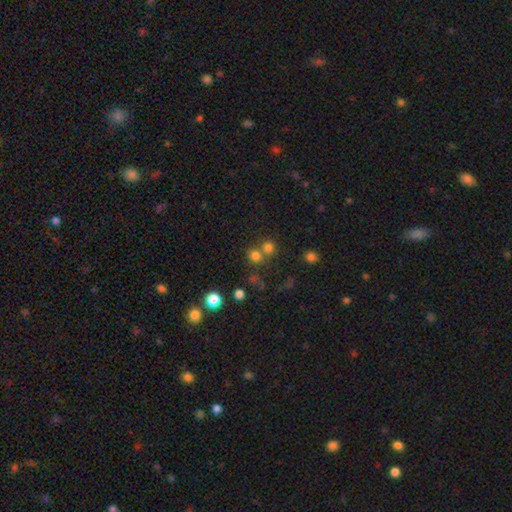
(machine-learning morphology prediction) smooth_or_featured: smooth (p=0.73) [alt: star or artifact p=0.20]
how_rounded: round (p=0.86) [alt: in between p=0.13]
merging: none (p=0.58) [alt: merger p=0.32]